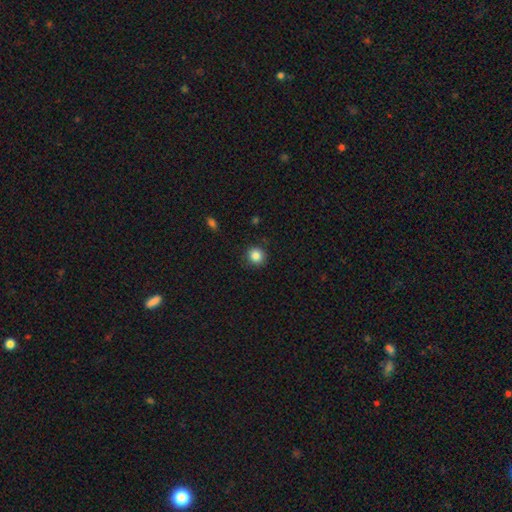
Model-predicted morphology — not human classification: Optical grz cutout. It shows a smooth galaxy with no disk features (86%) that is round (91%). Merging: none (89%).